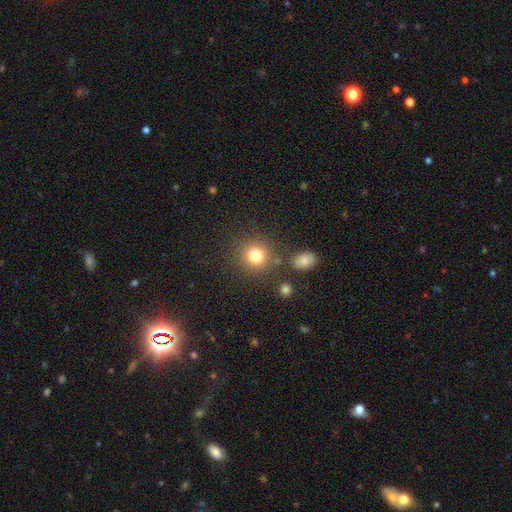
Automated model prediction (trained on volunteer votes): smooth 80%, star or artifact 13%, featured or disk 7%. Down the decision tree: how rounded — round (89%); merging — none (81%).